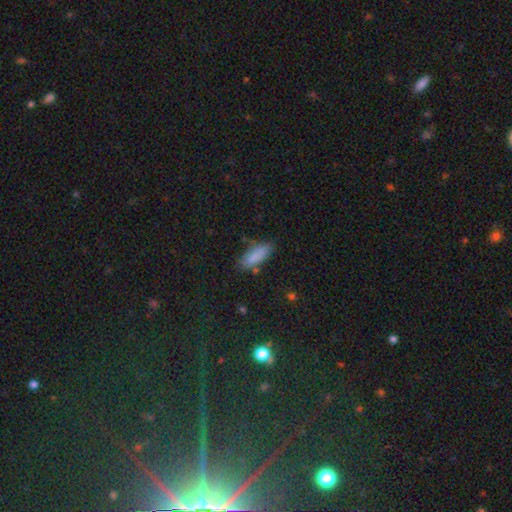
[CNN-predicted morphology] smooth_or_featured: smooth (p=0.85) [alt: star or artifact p=0.08]
how_rounded: in between (p=0.70) [alt: cigar-shaped p=0.28]
merging: none (p=0.76) [alt: minor disturbance p=0.16]